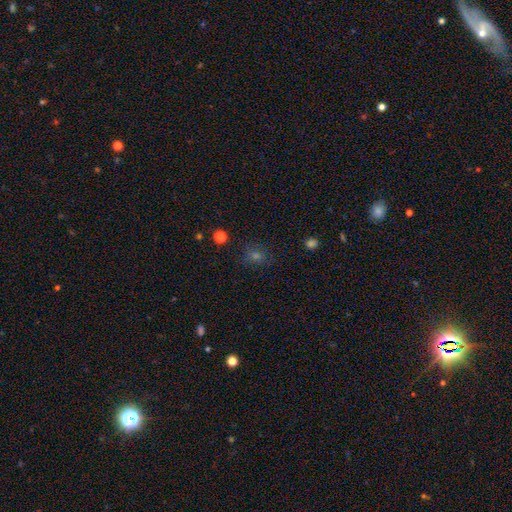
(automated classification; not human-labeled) Morphology: type=smooth (55%); roundness=round (68%); merging=none (82%).